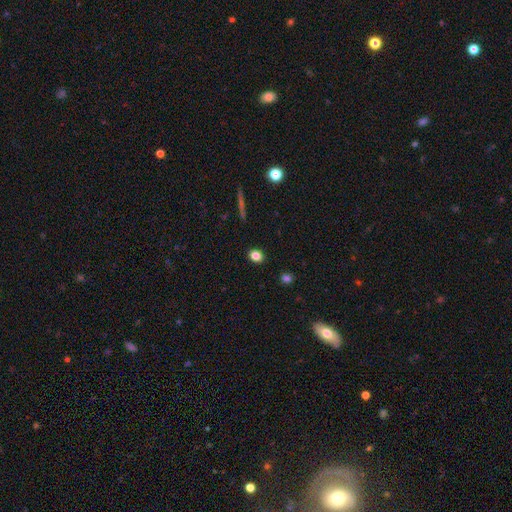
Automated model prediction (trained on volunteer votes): A smooth galaxy with no disk features (84%) that is in between round and cigar-shaped (50%).

Vote fractions:
- Smooth or featured? smooth: 84% / star or artifact: 11% / featured or disk: 6%
- How rounded? in between: 50% / round: 49% / cigar-shaped: 2%
- Merging? none: 89% / minor disturbance: 7% / major disturbance: 2% / merger: 1%